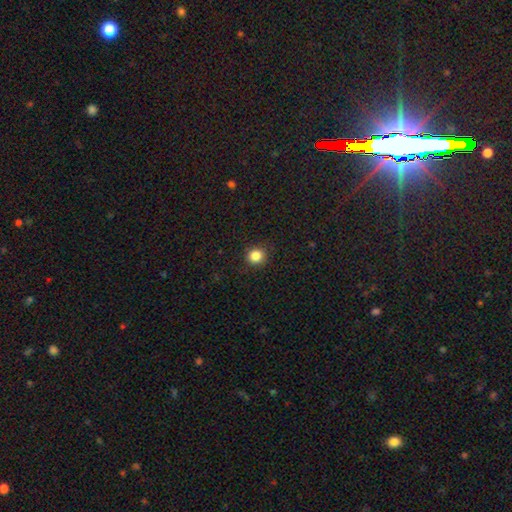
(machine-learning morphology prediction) smooth-or-featured: smooth: 85% | star or artifact: 11% | featured or disk: 4%
  how-rounded: round: 86% | in between: 13% | cigar-shaped: 1%
  merging: none: 89% | minor disturbance: 7% | major disturbance: 2% | merger: 1%